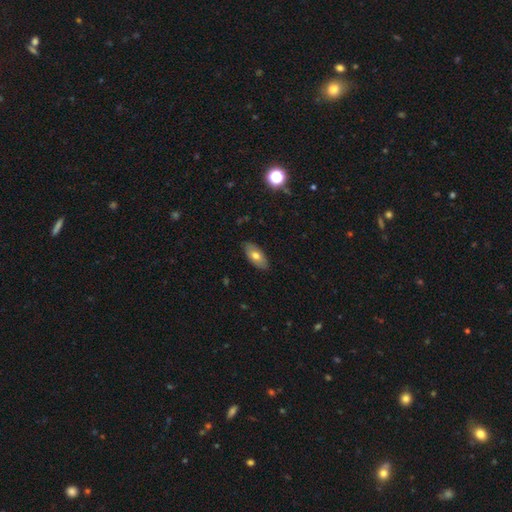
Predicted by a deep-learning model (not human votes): smooth 69%, featured or disk 24%, star or artifact 7%. Down the decision tree: how rounded — in between (91%); merging — none (86%).